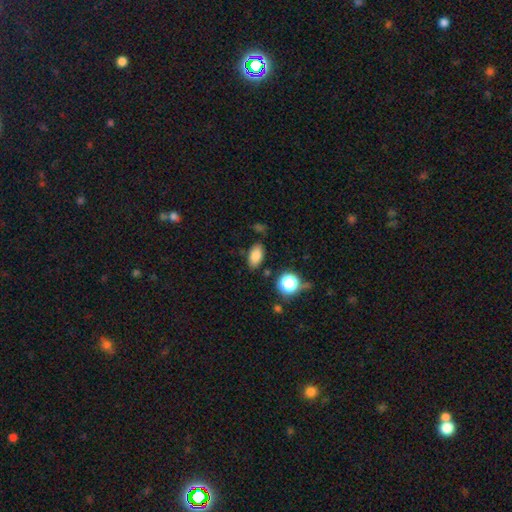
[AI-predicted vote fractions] smooth-or-featured: smooth: 82% | star or artifact: 12% | featured or disk: 6%
  how-rounded: in between: 90% | round: 8% | cigar-shaped: 3%
  merging: none: 82% | minor disturbance: 12% | merger: 3% | major disturbance: 3%